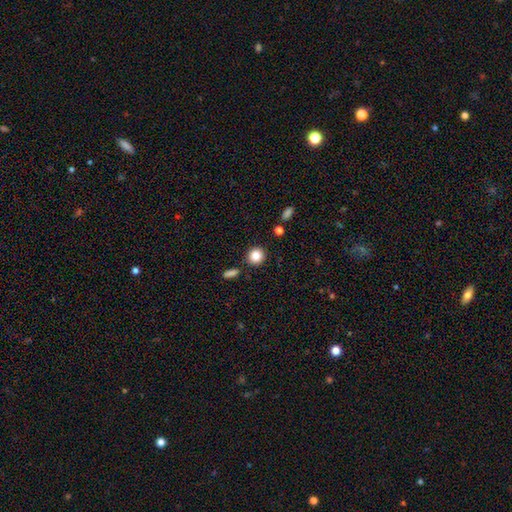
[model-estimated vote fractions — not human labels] A smooth galaxy with no disk features (85%) that is round (89%).

Vote fractions:
- Smooth or featured? smooth: 85% / star or artifact: 10% / featured or disk: 5%
- How rounded? round: 89% / in between: 10% / cigar-shaped: 1%
- Merging? none: 86% / minor disturbance: 7% / merger: 4% / major disturbance: 2%